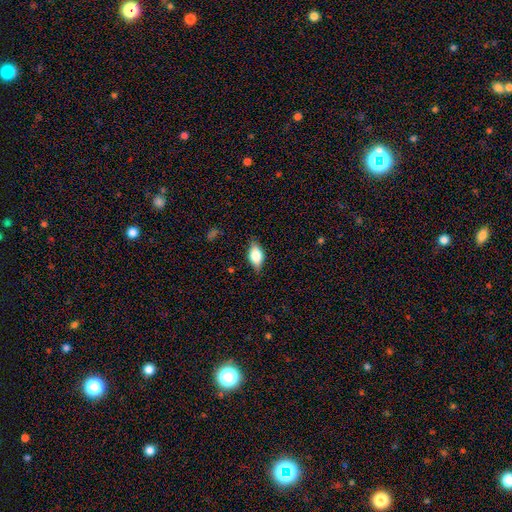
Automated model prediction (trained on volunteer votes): Overall: smooth (76%). How rounded: in between (88%). Merging: none (78%).